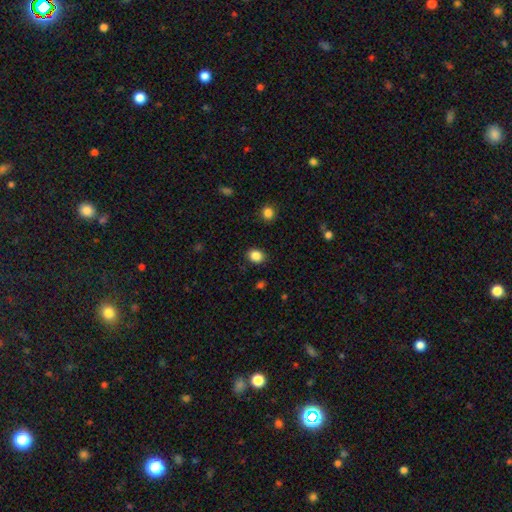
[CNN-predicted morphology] A smooth galaxy with no disk features (86%) that is round (56%).

Vote fractions:
- Smooth or featured? smooth: 86% / star or artifact: 10% / featured or disk: 4%
- How rounded? round: 56% / in between: 43% / cigar-shaped: 1%
- Merging? none: 88% / minor disturbance: 8% / major disturbance: 2% / merger: 1%